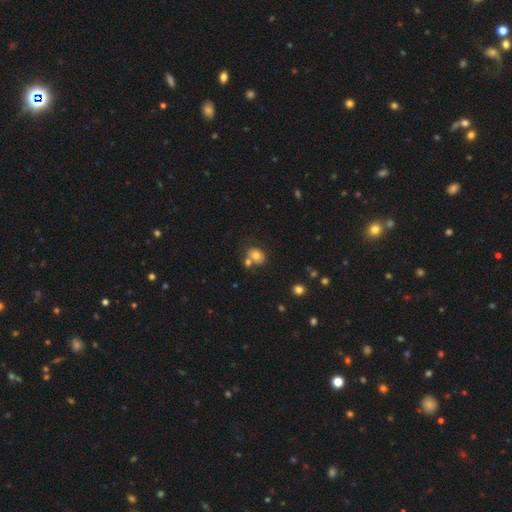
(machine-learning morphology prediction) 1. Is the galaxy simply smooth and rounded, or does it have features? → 71% smooth, 18% featured or disk, 11% star or artifact.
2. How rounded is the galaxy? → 59% round, 40% in between, 1% cigar-shaped.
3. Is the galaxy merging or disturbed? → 52% none, 29% merger, 14% minor disturbance, 5% major disturbance.